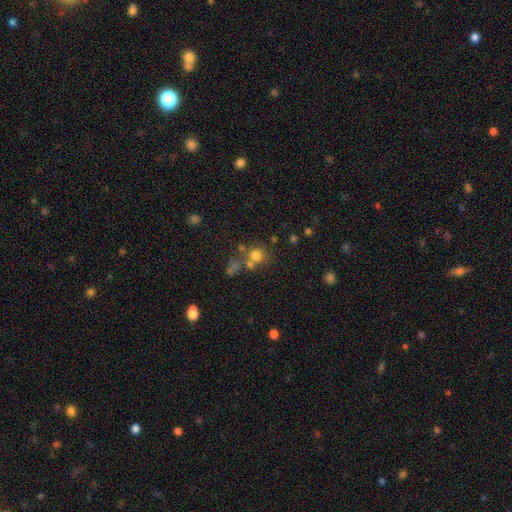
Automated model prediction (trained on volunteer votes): Smooth or featured?
  - smooth: 71% *
  - star or artifact: 17%
  - featured or disk: 13%
How rounded?
  - round: 87% *
  - in between: 12%
  - cigar-shaped: 1%
Merging?
  - none: 56% *
  - merger: 28%
  - minor disturbance: 10%
  - major disturbance: 6%